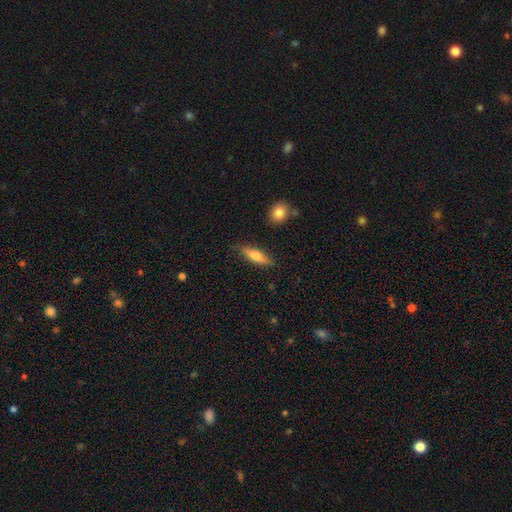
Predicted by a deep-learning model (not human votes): smooth_or_featured: smooth (p=0.64) [alt: featured or disk p=0.30]
how_rounded: cigar-shaped (p=0.62) [alt: in between p=0.36]
merging: none (p=0.81) [alt: minor disturbance p=0.13]